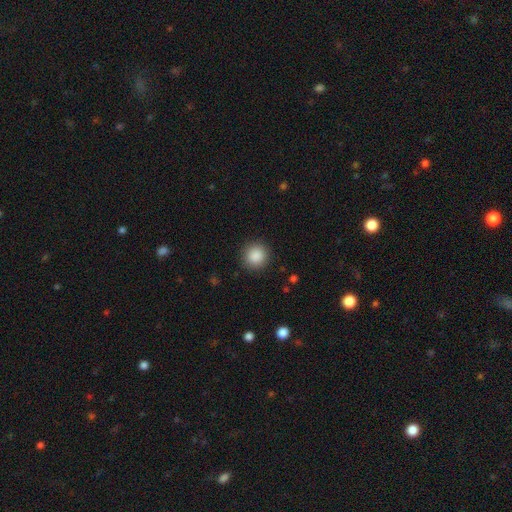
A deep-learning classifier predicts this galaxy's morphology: Smooth or featured? Predicted: smooth (p=0.88). How rounded? Predicted: round (p=0.94). Merging? Predicted: none (p=0.90).